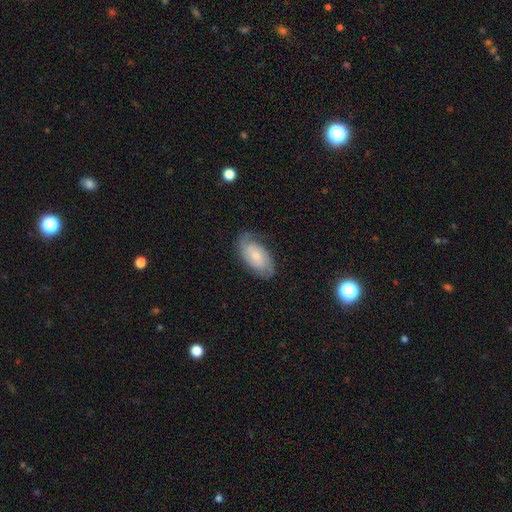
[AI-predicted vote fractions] Smooth or featured: featured or disk — 58% (smooth — 36%)
Edge-on disk: no — 94% (yes — 6%)
Bar: no — 60% (weak — 33%)
Spiral arms: yes — 88% (no — 12%)
Bulge size: small — 60% (moderate — 31%)
Merging: none — 74% (minor disturbance — 18%)